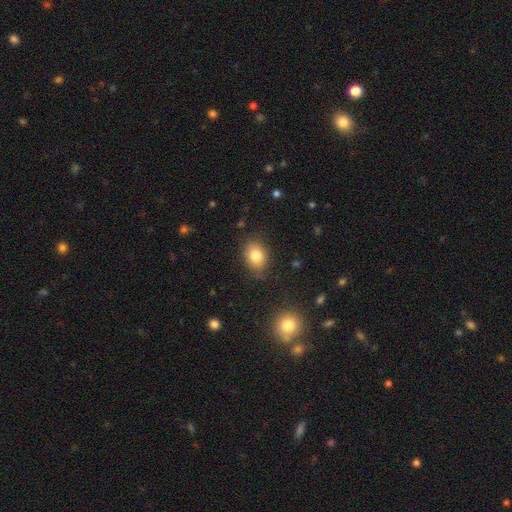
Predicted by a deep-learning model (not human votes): Smooth or featured? Predicted: smooth (p=0.81). How rounded? Predicted: in between (p=0.70). Merging? Predicted: none (p=0.81).